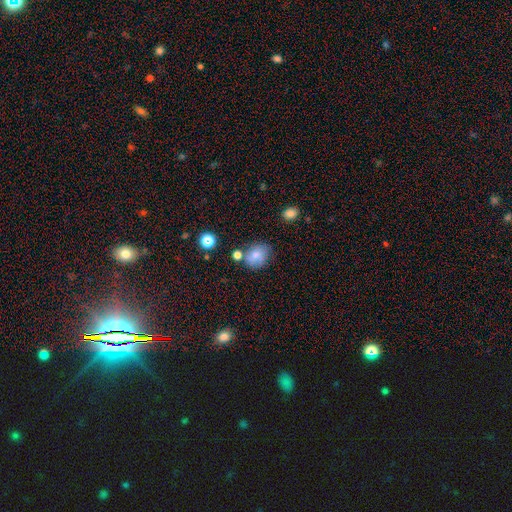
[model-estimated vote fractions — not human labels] Overall: smooth (75%). How rounded: round (52%; in between 47%). Merging: none (60%).